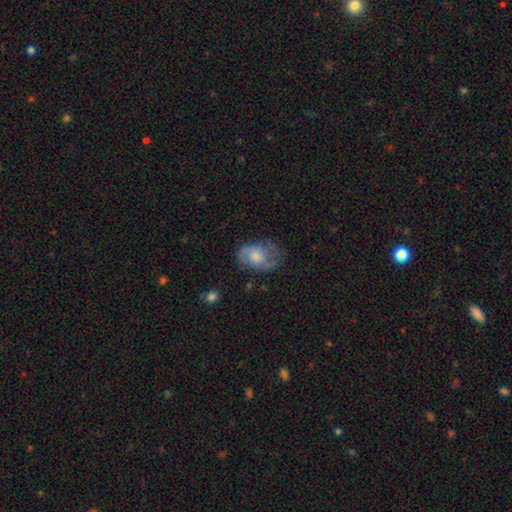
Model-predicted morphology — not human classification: A featured or disk galaxy (52%) with no bar (66%), spiral arms (77%) and a moderate central bulge (48%). Merging: none (51%).